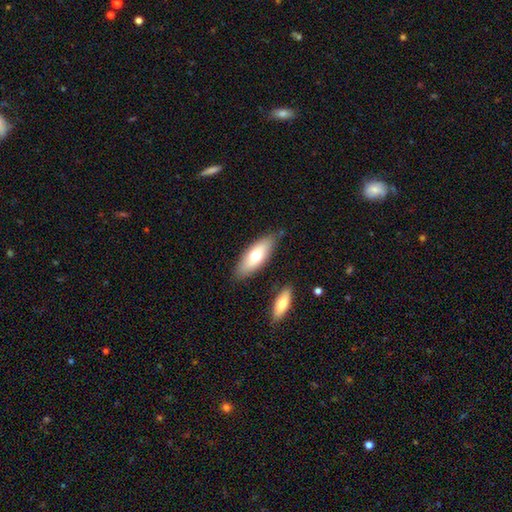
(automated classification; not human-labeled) A smooth galaxy with no disk features (69%) that is in between round and cigar-shaped (71%). Merging: none (81%).